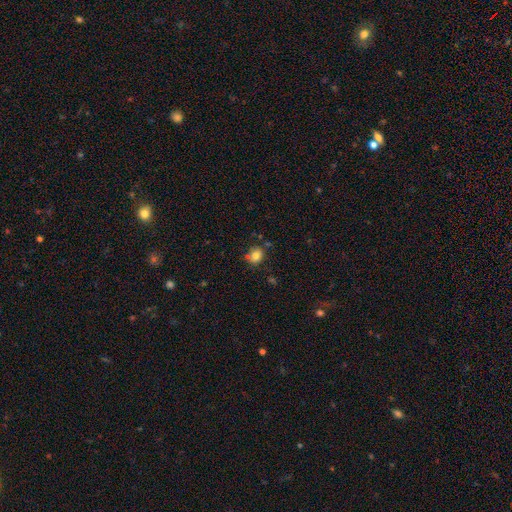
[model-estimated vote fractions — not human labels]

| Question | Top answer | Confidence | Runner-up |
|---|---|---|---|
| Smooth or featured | smooth | 78% | star or artifact (12%) |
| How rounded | round | 70% | in between (30%) |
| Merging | none | 68% | minor disturbance (20%) |